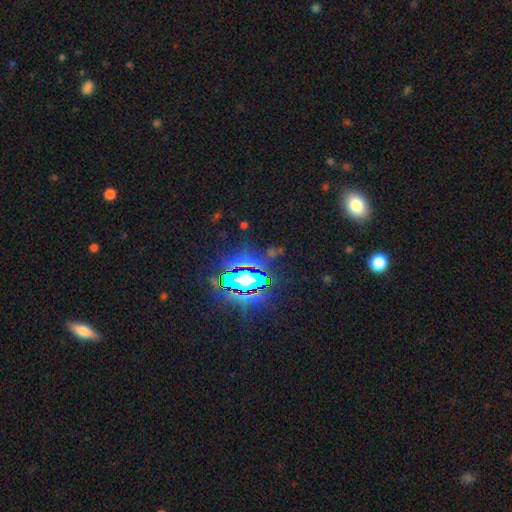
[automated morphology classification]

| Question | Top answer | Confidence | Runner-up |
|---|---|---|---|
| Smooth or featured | star or artifact | 78% | smooth (12%) |